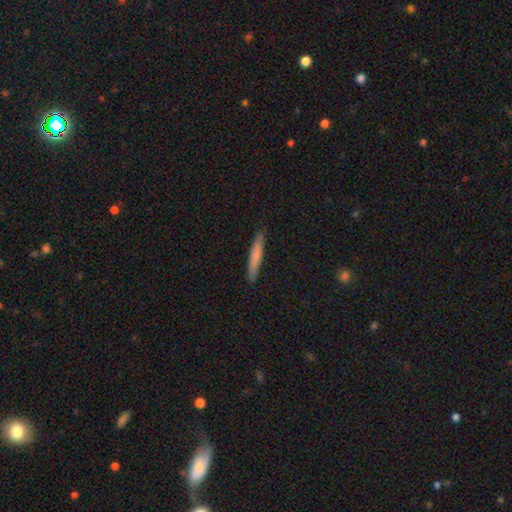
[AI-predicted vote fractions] Morphology: type=smooth (74%); roundness=cigar-shaped (94%); merging=none (89%).